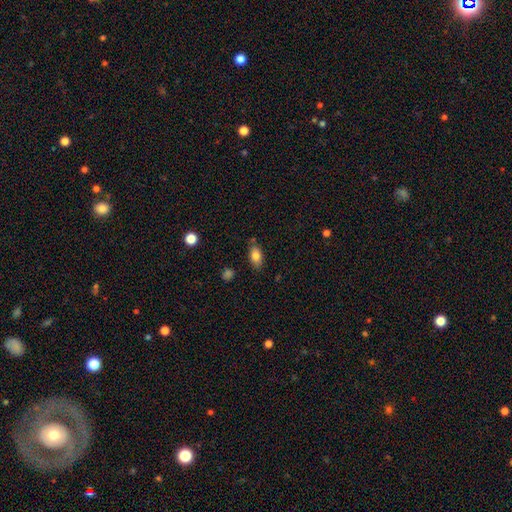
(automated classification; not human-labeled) Smooth or featured? Predicted: smooth (p=0.82). How rounded? Predicted: in between (p=0.88). Merging? Predicted: none (p=0.76).